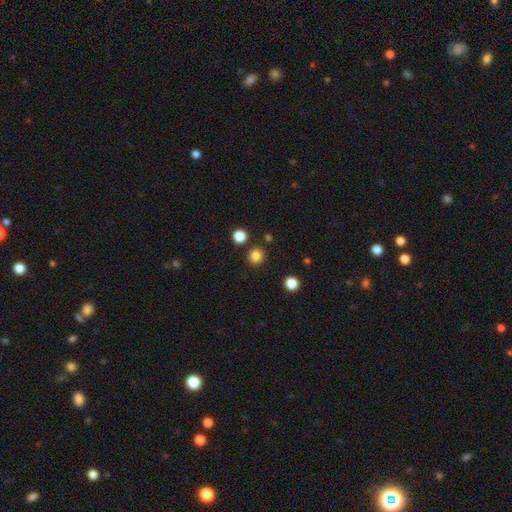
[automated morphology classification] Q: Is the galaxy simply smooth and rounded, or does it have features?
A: smooth — 84%.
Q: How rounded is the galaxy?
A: round — 90%.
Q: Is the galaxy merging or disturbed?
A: none — 88%.